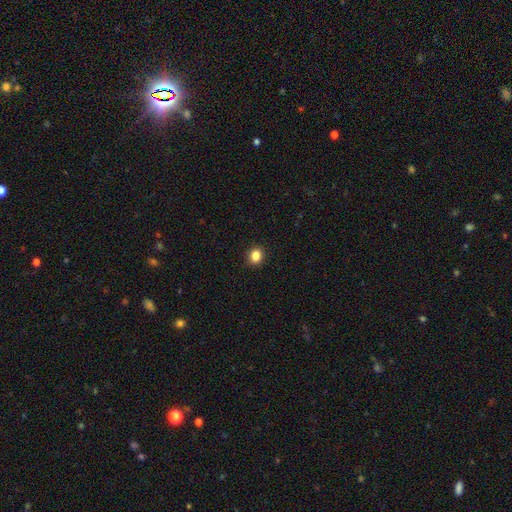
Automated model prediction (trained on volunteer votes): Smooth or featured? Predicted: smooth (p=0.85). How rounded? Predicted: round (p=0.58). Merging? Predicted: none (p=0.90).